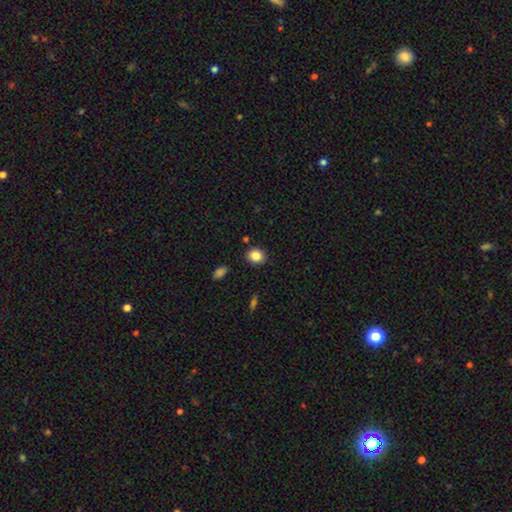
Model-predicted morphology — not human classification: smooth_or_featured: smooth (p=0.85) [alt: star or artifact p=0.09]
how_rounded: round (p=0.68) [alt: in between p=0.31]
merging: none (p=0.88) [alt: minor disturbance p=0.08]